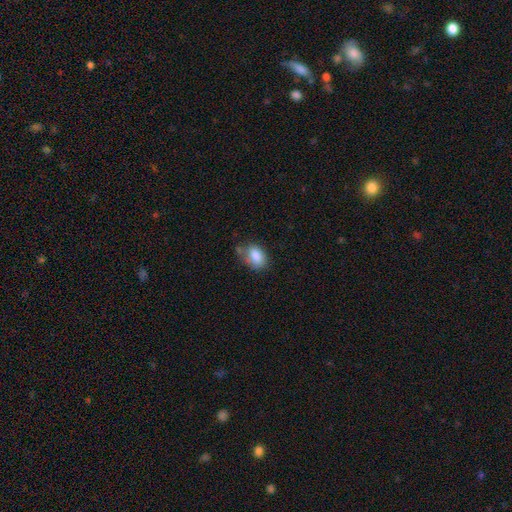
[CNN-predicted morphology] Smooth or featured? smooth (85%)
How rounded? in between (86%)
Merging? none (58%)